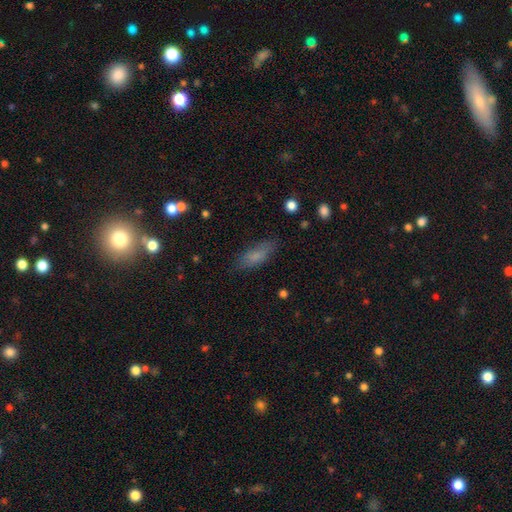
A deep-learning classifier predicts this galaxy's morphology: This appears to be a smooth galaxy with no disk features (76%) that is in between round and cigar-shaped (63%). Merging: none (76%).